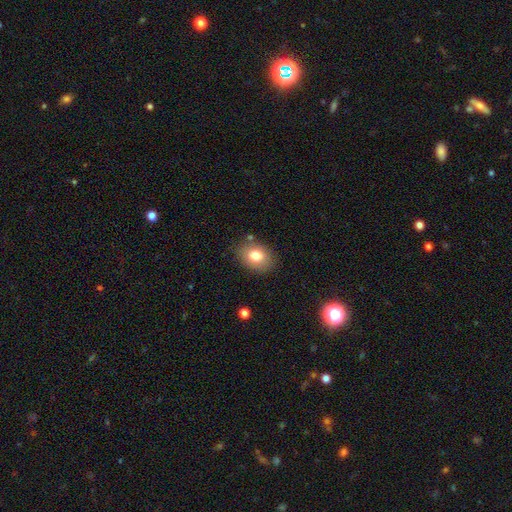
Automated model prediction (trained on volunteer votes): Smooth or featured: smooth — 79% (featured or disk — 12%)
How rounded: in between — 69% (round — 30%)
Merging: none — 81% (minor disturbance — 13%)